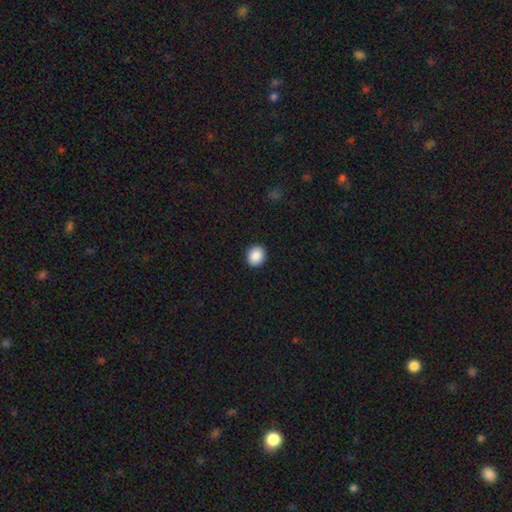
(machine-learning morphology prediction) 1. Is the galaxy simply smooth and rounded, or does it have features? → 90% smooth, 8% star or artifact, 2% featured or disk.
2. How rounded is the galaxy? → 77% round, 22% in between, 1% cigar-shaped.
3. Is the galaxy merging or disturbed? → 92% none, 5% minor disturbance, 2% major disturbance, 1% merger.